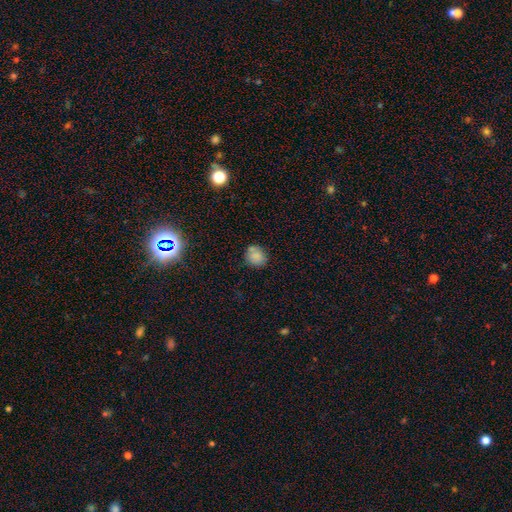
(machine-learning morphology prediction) Overall: smooth (80%). How rounded: round (74%). Merging: none (75%).